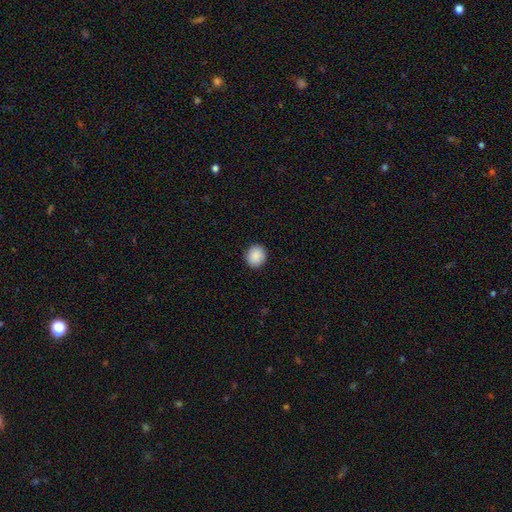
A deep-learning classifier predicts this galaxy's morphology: A smooth galaxy with no disk features (90%) that is round (84%).

Vote fractions:
- Smooth or featured? smooth: 90% / star or artifact: 8% / featured or disk: 3%
- How rounded? round: 84% / in between: 15% / cigar-shaped: 1%
- Merging? none: 92% / minor disturbance: 6% / major disturbance: 2% / merger: 1%